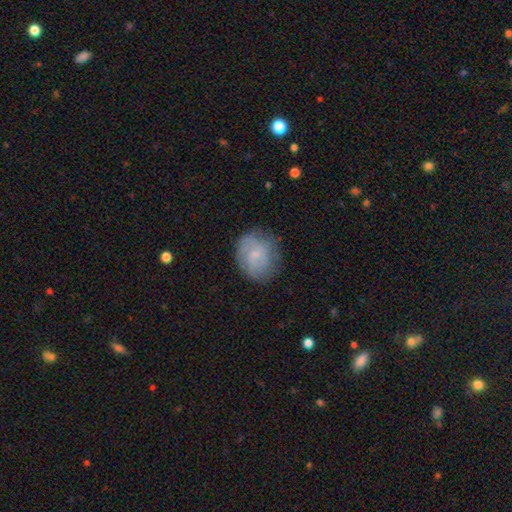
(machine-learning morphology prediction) Smooth or featured? smooth (54%)
How rounded? round (66%)
Merging? none (69%)